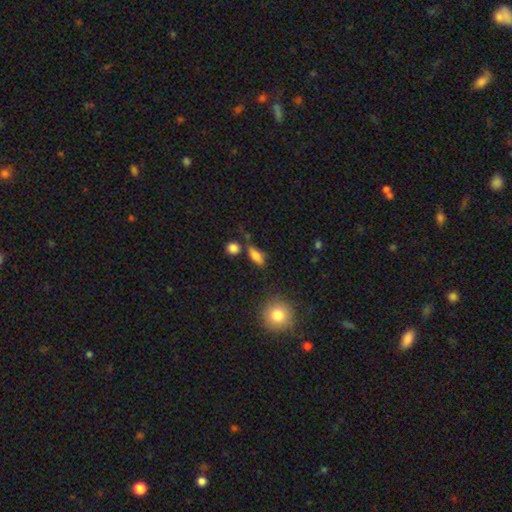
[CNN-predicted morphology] Smooth or featured?
  - smooth: 71% *
  - featured or disk: 19%
  - star or artifact: 11%
How rounded?
  - in between: 63% *
  - cigar-shaped: 27%
  - round: 11%
Merging?
  - none: 65% *
  - minor disturbance: 19%
  - merger: 9%
  - major disturbance: 7%